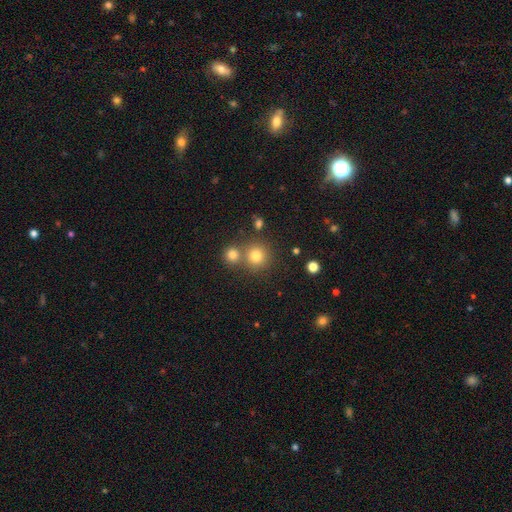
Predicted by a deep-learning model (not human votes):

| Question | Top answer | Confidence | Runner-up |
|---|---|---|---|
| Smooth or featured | smooth | 78% | star or artifact (14%) |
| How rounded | round | 91% | in between (8%) |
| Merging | none | 65% | merger (25%) |